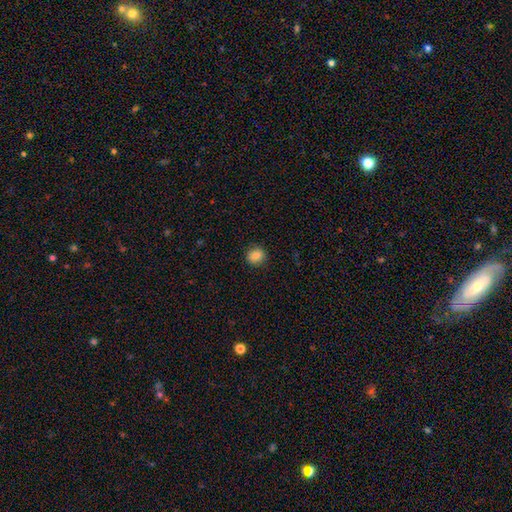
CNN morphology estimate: Overall: smooth (83%). How rounded: round (82%). Merging: none (88%).